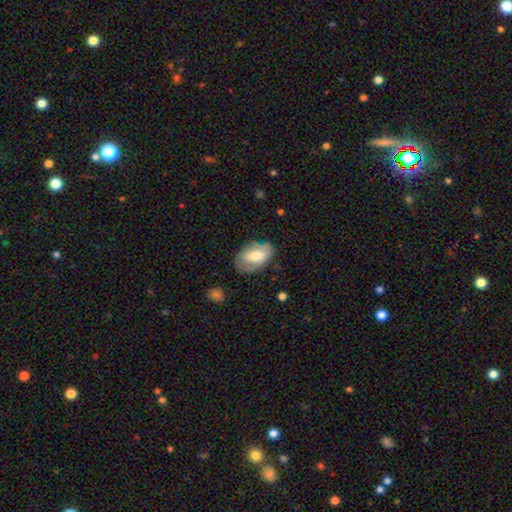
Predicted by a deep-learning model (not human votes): The model was most divided on "smooth or featured": smooth: 57%, featured or disk: 36%, star or artifact: 6%. More confident: how rounded — in between (90%); merging — none (68%).